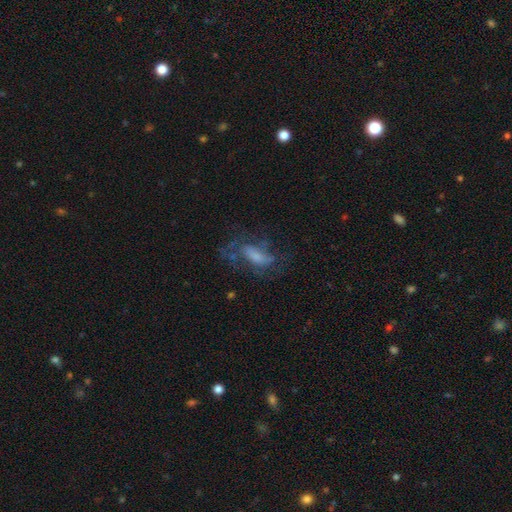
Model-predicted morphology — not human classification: Smooth or featured: featured or disk — 56% (smooth — 30%)
Edge-on disk: no — 90% (yes — 10%)
Bar: no — 48% (weak — 36%)
Spiral arms: yes — 67% (no — 33%)
Bulge size: moderate — 30% (tied with small — 30%)
Merging: none — 52% (major disturbance — 26%)